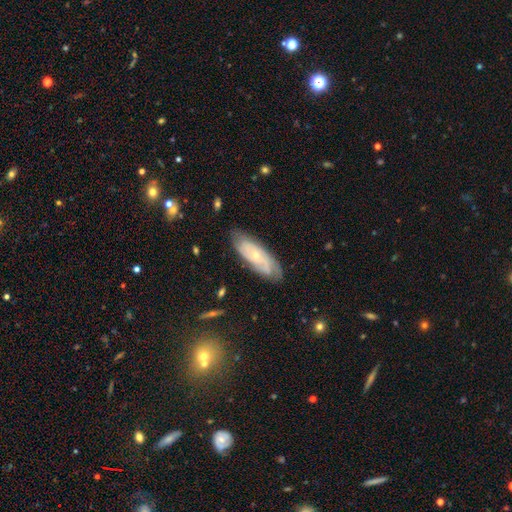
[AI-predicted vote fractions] Overall: featured or disk (65%; smooth 28%). Edge-on disk: no (85%). Bar: no (75%). Spiral arms: yes (84%). Bulge size: small (74%). Merging: none (75%).